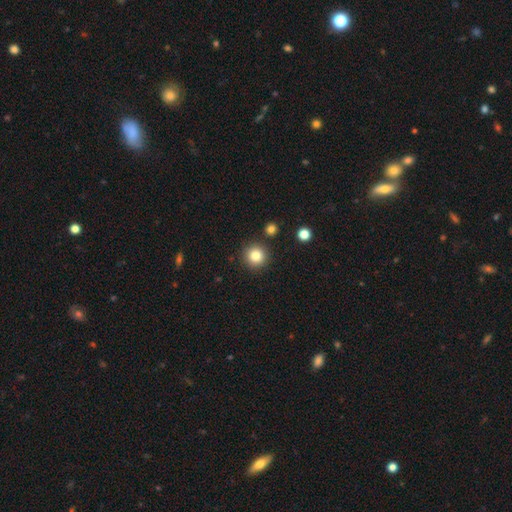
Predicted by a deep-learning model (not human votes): This is clearly a smooth galaxy (83%). How rounded: clearly round (94%). Merging: clearly none (89%).